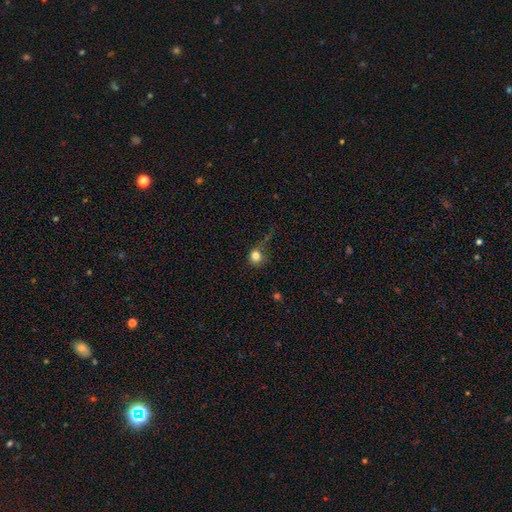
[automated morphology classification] This is clearly a smooth galaxy (80%). How rounded: clearly round (85%). Merging: possibly none (52%).